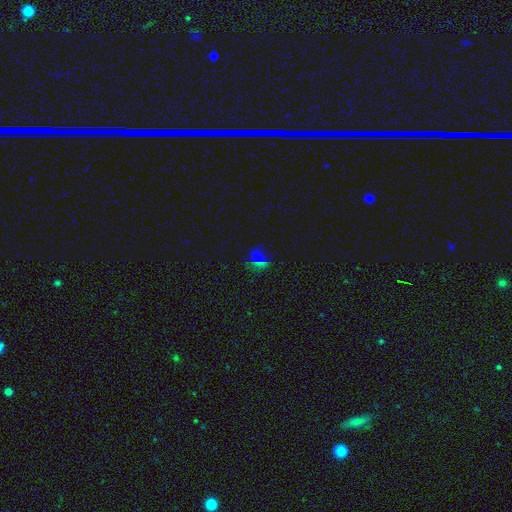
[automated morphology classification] This appears to be a star or artifact, not a galaxy (52%).